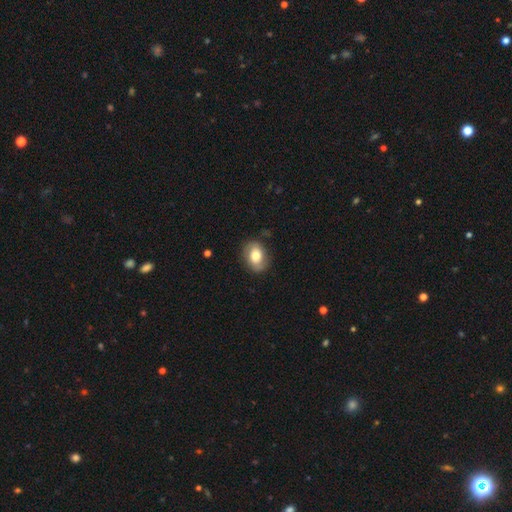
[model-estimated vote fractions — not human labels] This is likely a smooth galaxy (63%). How rounded: likely in between (66%). Merging: likely none (79%).